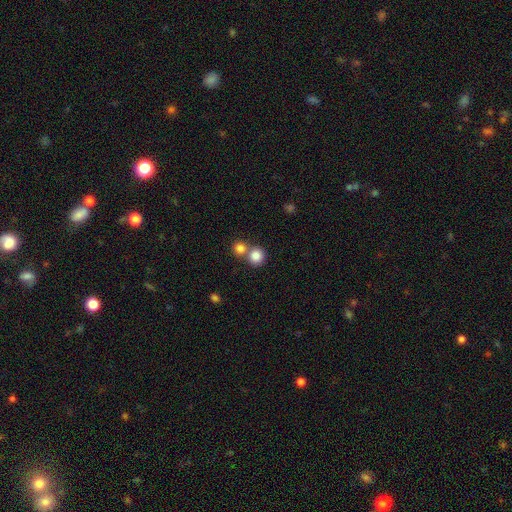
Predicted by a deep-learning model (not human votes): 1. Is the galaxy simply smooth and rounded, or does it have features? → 83% smooth, 11% star or artifact, 7% featured or disk.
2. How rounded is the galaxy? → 91% round, 8% in between, 1% cigar-shaped.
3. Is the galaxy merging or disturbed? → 55% none, 36% merger, 6% minor disturbance, 2% major disturbance.